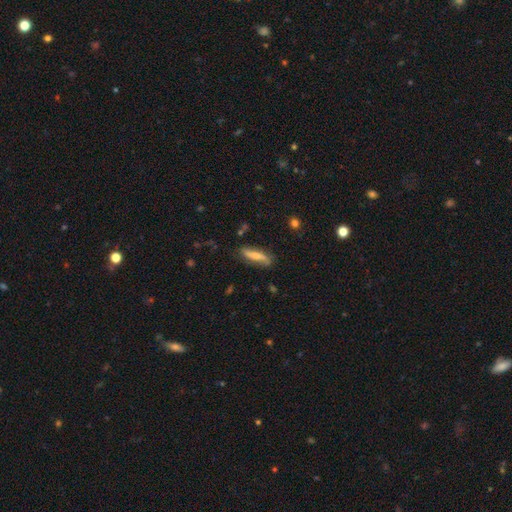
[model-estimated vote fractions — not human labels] Smooth or featured: smooth — 51% (featured or disk — 42%)
How rounded: cigar-shaped — 68% (in between — 30%)
Merging: none — 75% (minor disturbance — 18%)